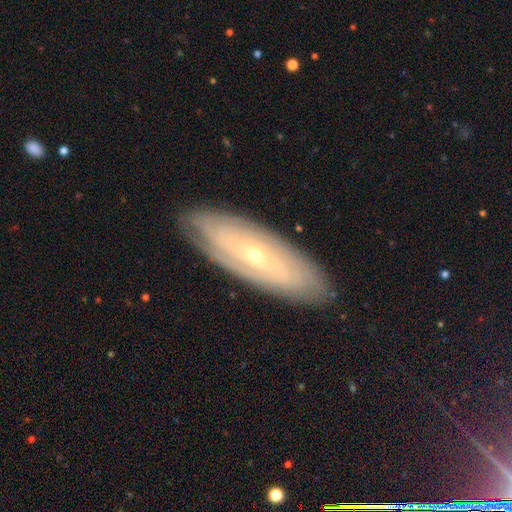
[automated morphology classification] A featured or disk galaxy (74%) with no bar (70%), spiral arms (82%) and a small central bulge (79%).

Vote fractions:
- Smooth or featured? featured or disk: 74% / smooth: 19% / star or artifact: 7%
- Edge-on disk? no: 81% / yes: 19%
- Bar? no: 70% / weak: 21% / strong: 8%
- Spiral arms? yes: 82% / no: 18%
- Bulge size? small: 79% / moderate: 18% / large: 1% / none: 1% / dominant: 1%
- Merging? none: 85% / minor disturbance: 12% / major disturbance: 3% / merger: 1%